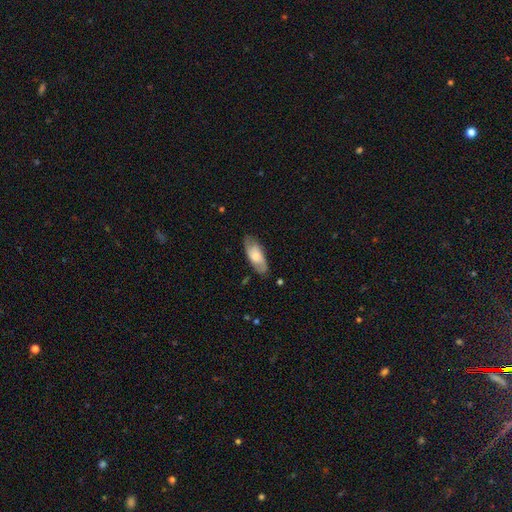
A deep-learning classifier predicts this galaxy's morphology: The model was most divided on "smooth or featured": smooth: 58%, featured or disk: 35%, star or artifact: 6%. More confident: how rounded — in between (79%); merging — none (78%).